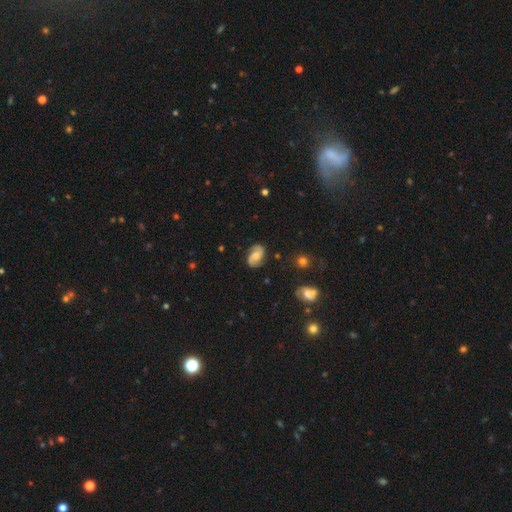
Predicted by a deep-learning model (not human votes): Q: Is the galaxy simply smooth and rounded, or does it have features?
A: featured or disk — 71%.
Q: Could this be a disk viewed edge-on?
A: no — 97%.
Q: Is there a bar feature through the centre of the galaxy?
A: no — 58%.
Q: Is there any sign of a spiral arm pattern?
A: yes — 94%.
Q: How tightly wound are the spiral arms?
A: medium — 46%.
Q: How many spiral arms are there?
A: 2 — 91%.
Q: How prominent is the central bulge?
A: moderate — 56%.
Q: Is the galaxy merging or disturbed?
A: none — 82%.